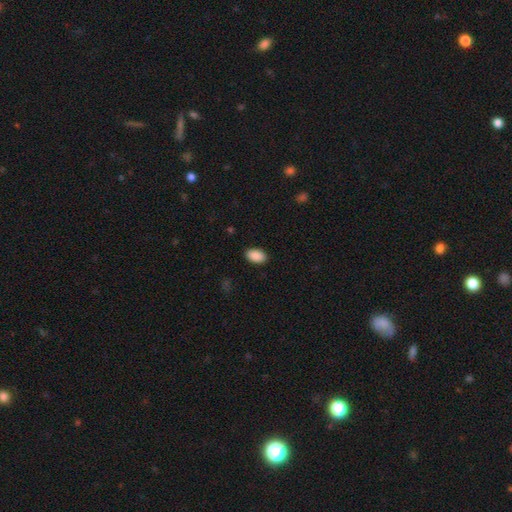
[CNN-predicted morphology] smooth-or-featured: smooth: 90% | star or artifact: 7% | featured or disk: 3%
  how-rounded: in between: 92% | round: 6% | cigar-shaped: 1%
  merging: none: 89% | minor disturbance: 8% | major disturbance: 2% | merger: 1%